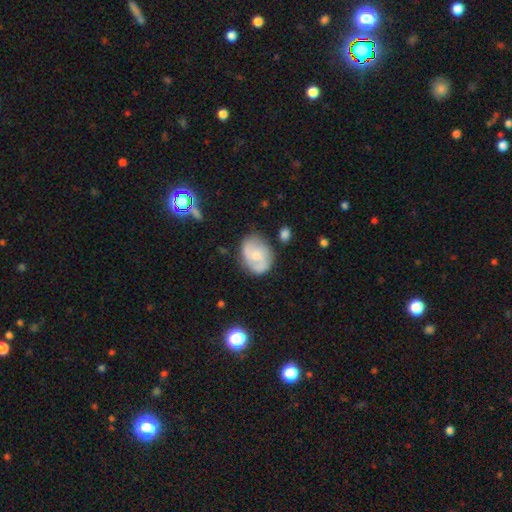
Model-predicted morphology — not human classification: Overall: featured or disk (53%; smooth 40%). Edge-on disk: no (97%). Bar: no (60%; weak 33%). Spiral arms: yes (77%). Bulge size: small (55%; moderate 37%). Merging: none (68%).